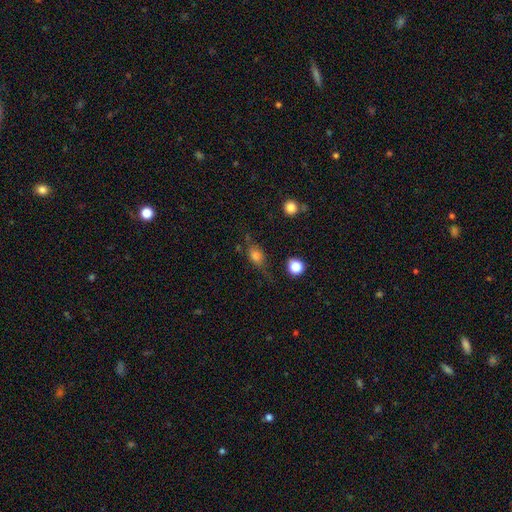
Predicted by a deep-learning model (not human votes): Smooth or featured?
  - smooth: 70% *
  - featured or disk: 18%
  - star or artifact: 12%
How rounded?
  - in between: 63% *
  - round: 28%
  - cigar-shaped: 9%
Merging?
  - none: 57% *
  - minor disturbance: 26%
  - major disturbance: 13%
  - merger: 4%